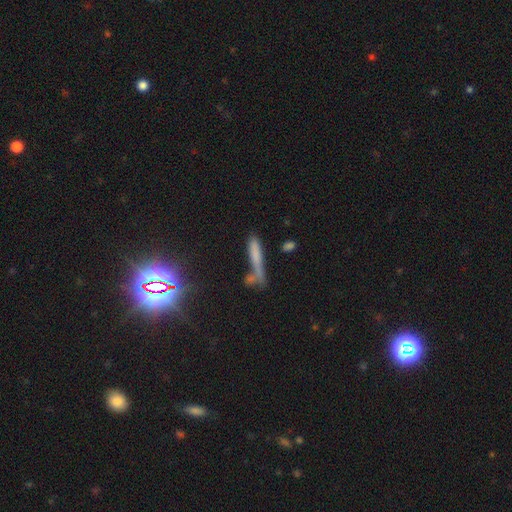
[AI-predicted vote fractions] This is possibly a smooth galaxy (57%). How rounded: clearly cigar-shaped (87%). Merging: possibly none (49%).